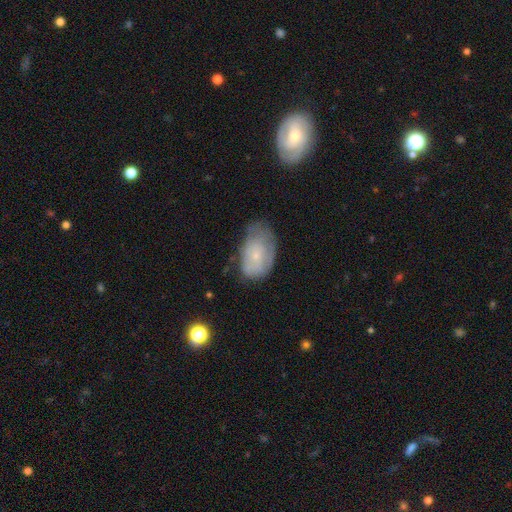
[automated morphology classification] Smooth or featured? smooth (55%)
How rounded? in between (88%)
Merging? none (46%)